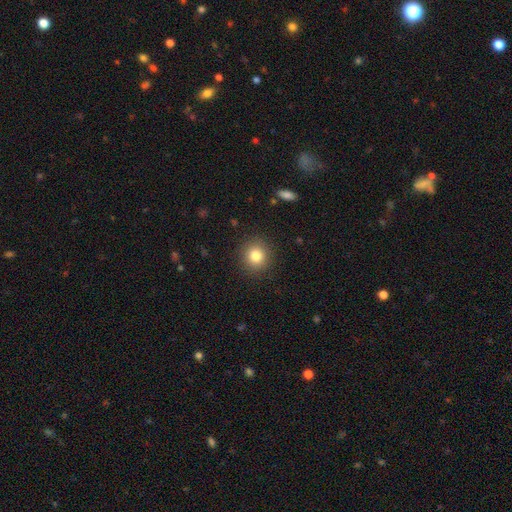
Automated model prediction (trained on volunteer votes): Overall: smooth (82%). How rounded: round (92%). Merging: none (90%).